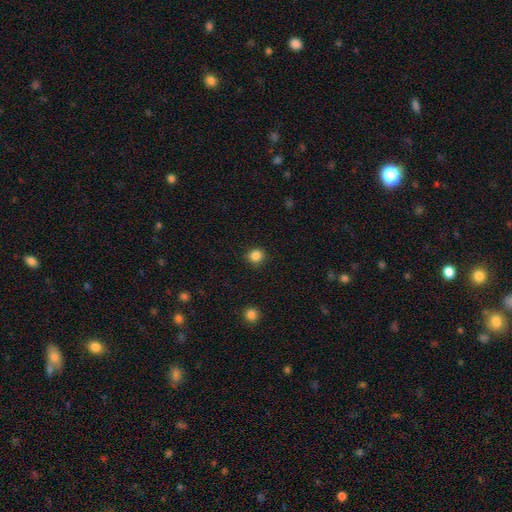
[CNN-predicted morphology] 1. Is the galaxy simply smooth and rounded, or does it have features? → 85% smooth, 12% star or artifact, 3% featured or disk.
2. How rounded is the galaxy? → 89% round, 10% in between, 1% cigar-shaped.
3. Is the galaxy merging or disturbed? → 89% none, 8% minor disturbance, 2% major disturbance, 1% merger.